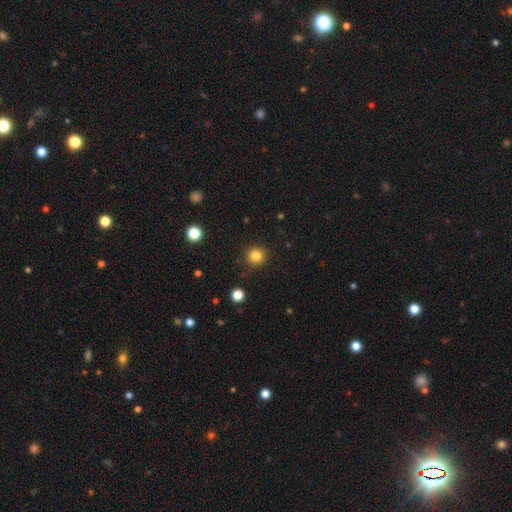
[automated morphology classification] Q: Smooth or featured?
A: smooth (83%); runner-up: star or artifact (12%)
Q: How rounded?
A: round (94%); runner-up: in between (5%)
Q: Merging?
A: none (90%); runner-up: minor disturbance (6%)